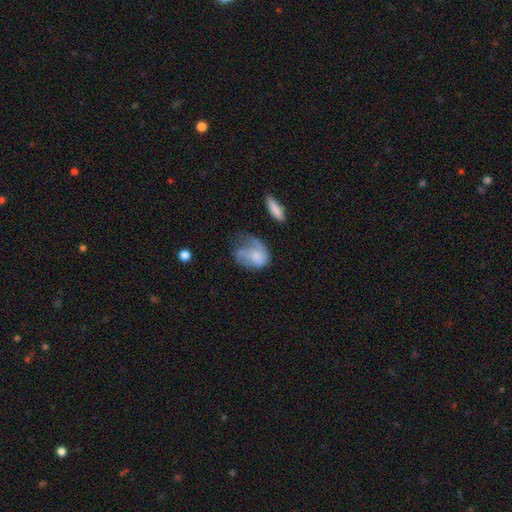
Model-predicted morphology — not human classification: Overall: smooth (47%; featured or disk 45%). Merging: major disturbance (42%; minor disturbance 26%).